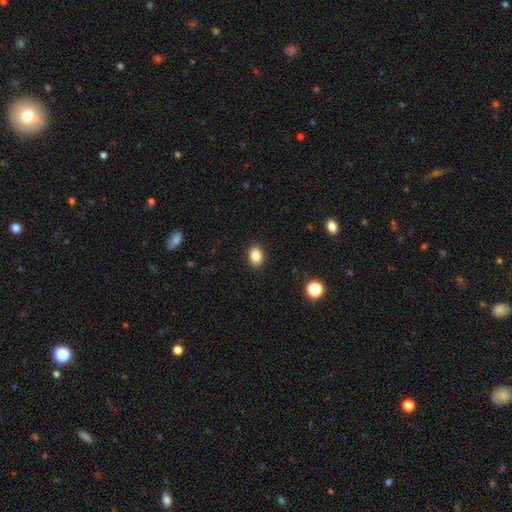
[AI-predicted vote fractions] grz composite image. It shows a smooth galaxy with no disk features (86%) that is in between round and cigar-shaped (68%). Merging: none (90%).